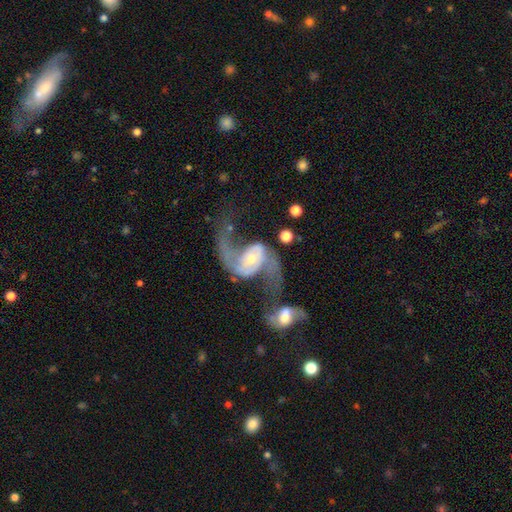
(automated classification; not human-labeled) This appears to be a featured or disk galaxy (89%) with no bar (49%), 2 (90%) loose (56%) spiral arms (96%) and a small central bulge (53%). Merging: none (40%).